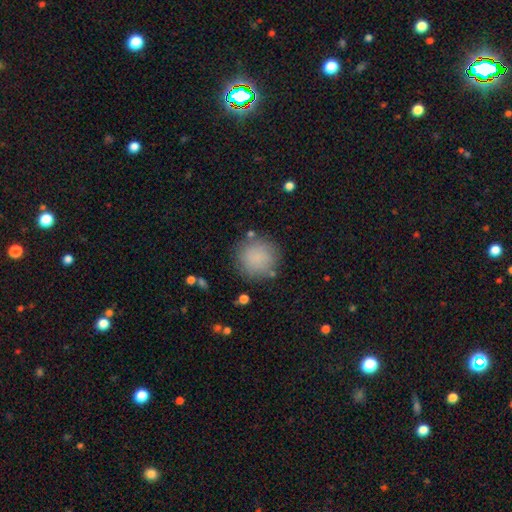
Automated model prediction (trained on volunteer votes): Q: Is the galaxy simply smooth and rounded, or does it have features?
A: smooth — 85%.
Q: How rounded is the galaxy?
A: round — 93%.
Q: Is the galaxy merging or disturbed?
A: none — 84%.